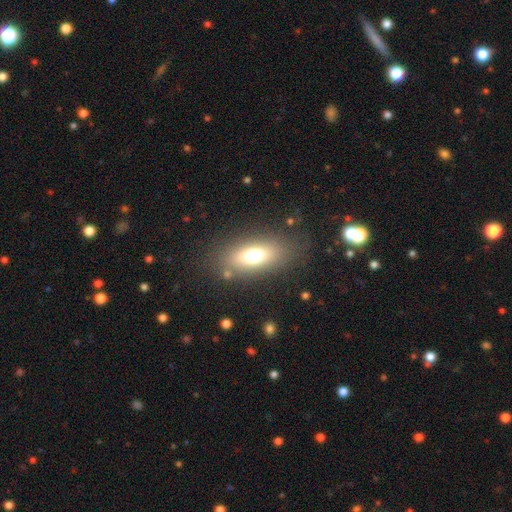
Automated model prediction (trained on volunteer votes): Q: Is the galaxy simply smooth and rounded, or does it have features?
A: smooth — 68%.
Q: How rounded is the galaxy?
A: in between — 79%.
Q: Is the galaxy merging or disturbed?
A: none — 82%.